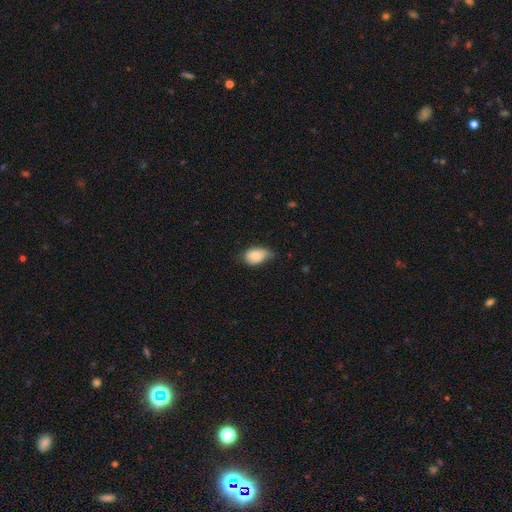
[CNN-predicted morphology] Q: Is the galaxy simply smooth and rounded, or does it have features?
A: smooth — 81%.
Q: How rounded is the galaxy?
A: in between — 86%.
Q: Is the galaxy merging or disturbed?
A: minor disturbance — 48%.